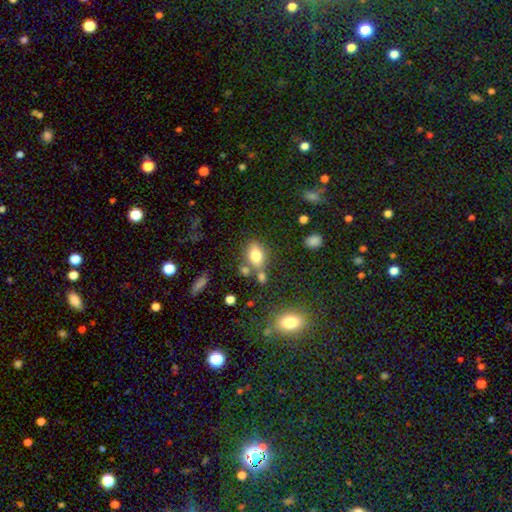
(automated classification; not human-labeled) This is likely a smooth galaxy (78%). How rounded: clearly in between (83%). Merging: possibly none (56%).